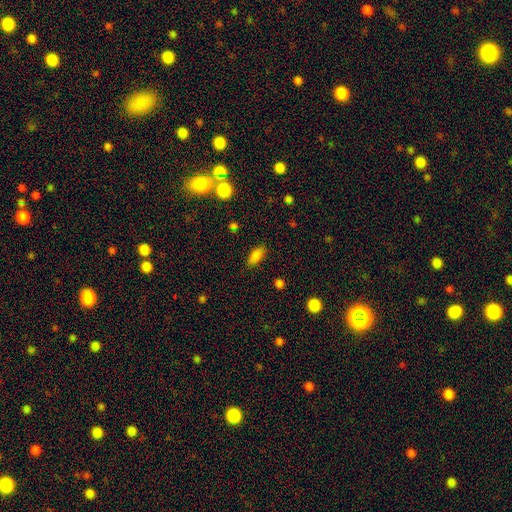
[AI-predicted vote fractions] Overall: smooth (84%). How rounded: in between (84%). Merging: none (84%).